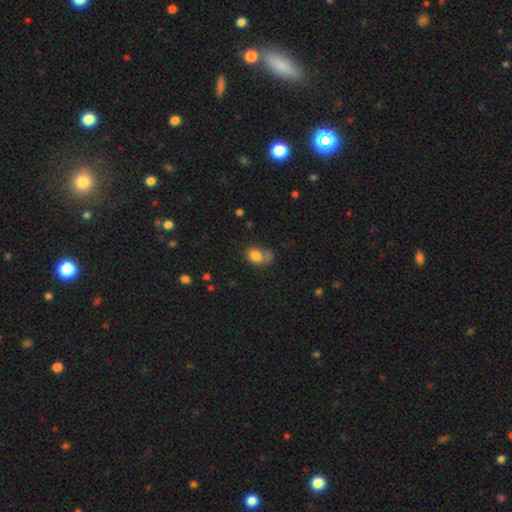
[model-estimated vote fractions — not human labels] A smooth galaxy with no disk features (75%) that is in between round and cigar-shaped (71%).

Vote fractions:
- Smooth or featured? smooth: 75% / featured or disk: 15% / star or artifact: 9%
- How rounded? in between: 71% / round: 28% / cigar-shaped: 1%
- Merging? none: 36% / major disturbance: 25% / minor disturbance: 22% / merger: 18%